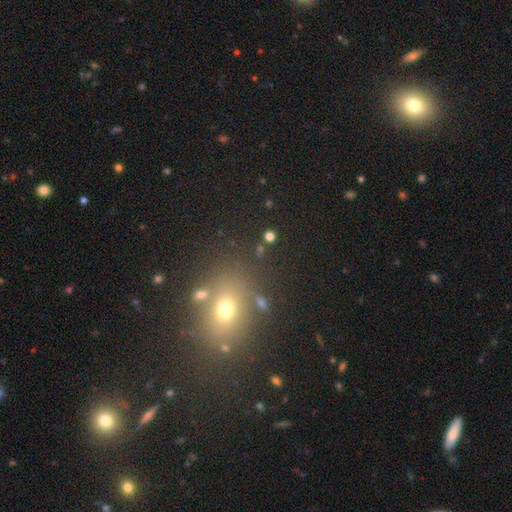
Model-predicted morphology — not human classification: type=smooth (51%); roundness=in between (55%); merging=none (77%).